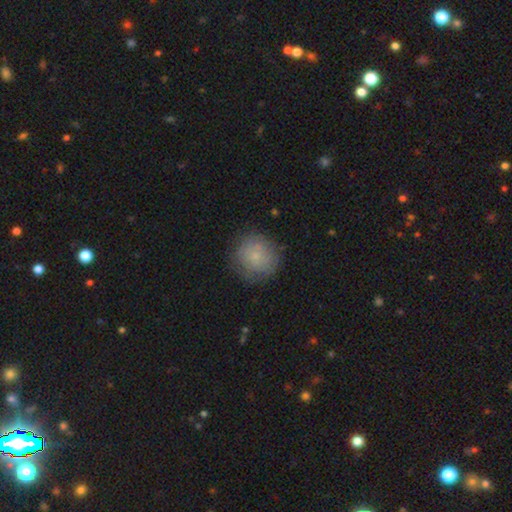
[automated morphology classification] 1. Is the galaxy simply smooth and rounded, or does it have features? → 77% smooth, 15% featured or disk, 8% star or artifact.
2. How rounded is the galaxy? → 91% round, 8% in between, 1% cigar-shaped.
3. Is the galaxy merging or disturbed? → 79% none, 15% minor disturbance, 5% major disturbance, 1% merger.